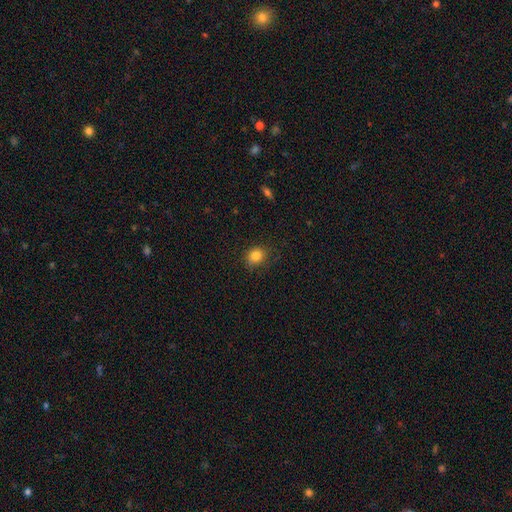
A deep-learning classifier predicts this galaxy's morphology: This is clearly a smooth galaxy (84%). How rounded: likely round (67%). Merging: clearly none (82%).